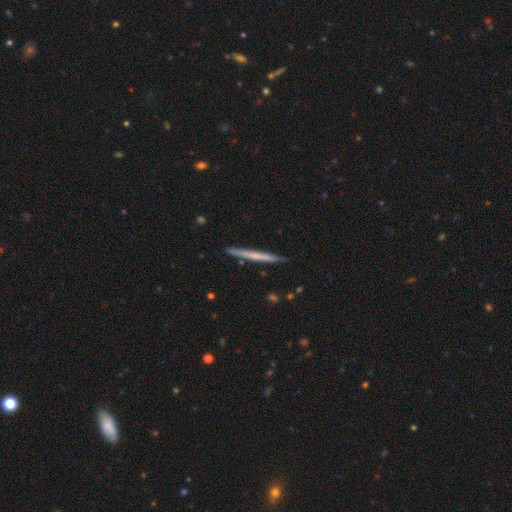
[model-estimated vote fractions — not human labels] smooth 51%, featured or disk 44%, star or artifact 5%. Down the decision tree: how rounded — cigar-shaped (97%); merging — none (91%).